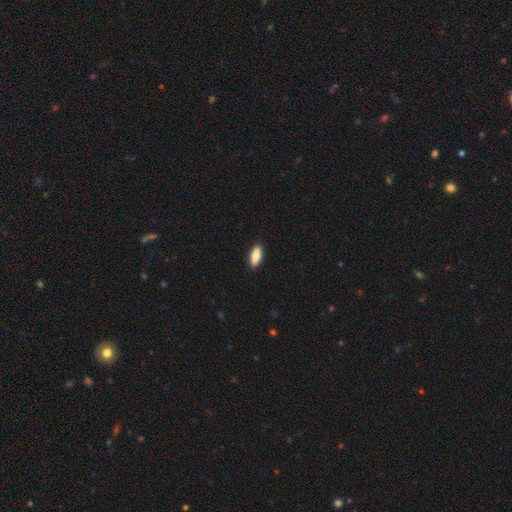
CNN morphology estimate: type=smooth (84%); roundness=in between (74%); merging=none (91%).